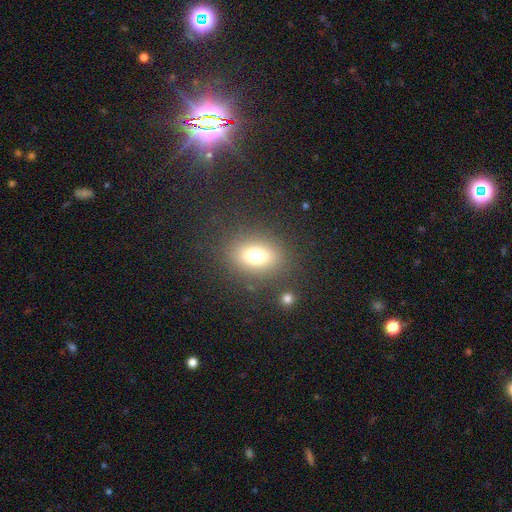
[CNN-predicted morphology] smooth-or-featured: smooth: 71% | star or artifact: 14% | featured or disk: 14%
  how-rounded: in between: 62% | round: 36% | cigar-shaped: 2%
  merging: none: 82% | minor disturbance: 10% | major disturbance: 5% | merger: 3%